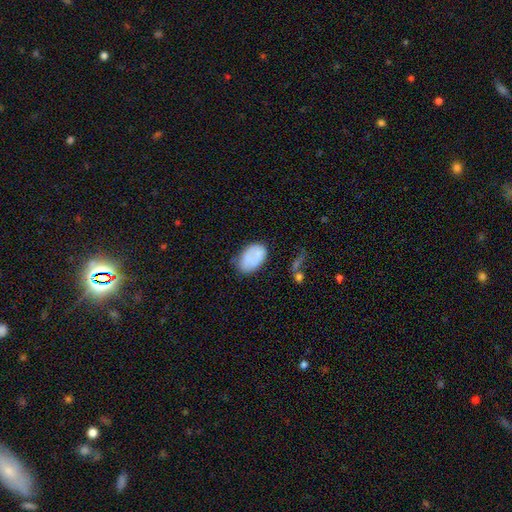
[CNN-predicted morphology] smooth-or-featured: smooth: 78% | featured or disk: 14% | star or artifact: 7%
  how-rounded: in between: 90% | round: 9% | cigar-shaped: 1%
  merging: none: 56% | minor disturbance: 29% | major disturbance: 10% | merger: 5%